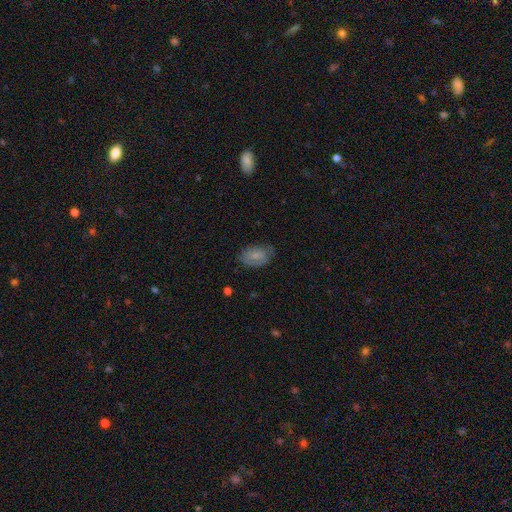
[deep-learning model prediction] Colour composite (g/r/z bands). It shows a smooth galaxy with no disk features (65%) that is in between round and cigar-shaped (87%). Merging: none (67%).